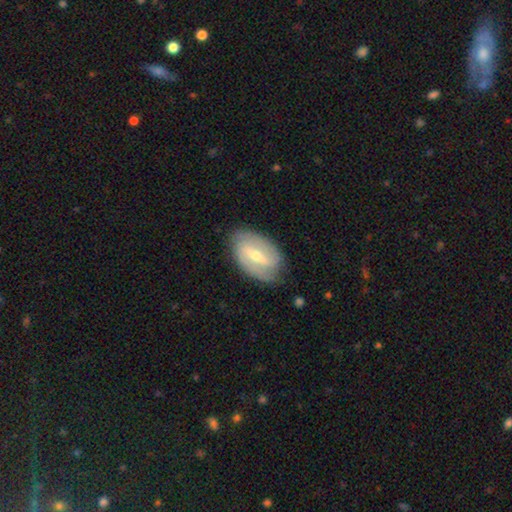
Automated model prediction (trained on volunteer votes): Smooth or featured?
  - featured or disk: 73% *
  - smooth: 21%
  - star or artifact: 6%
Edge-on disk?
  - no: 94% *
  - yes: 6%
Bar?
  - strong: 45% *
  - weak: 42%
  - no: 13%
Spiral arms?
  - yes: 81% *
  - no: 19%
Spiral winding?
  - medium: 39% *
  - tight: 37%
  - loose: 25%
Spiral arm count?
  - 2: 76% *
  - can't tell: 15%
  - 3: 4%
  - 1: 3%
  - 4: 1%
  - more than 4: 1%
Bulge size?
  - moderate: 48% * (tied)
  - small: 48% * (tied)
  - large: 2%
  - none: 1%
  - dominant: 1%
Merging?
  - none: 79% *
  - minor disturbance: 16%
  - major disturbance: 4%
  - merger: 1%